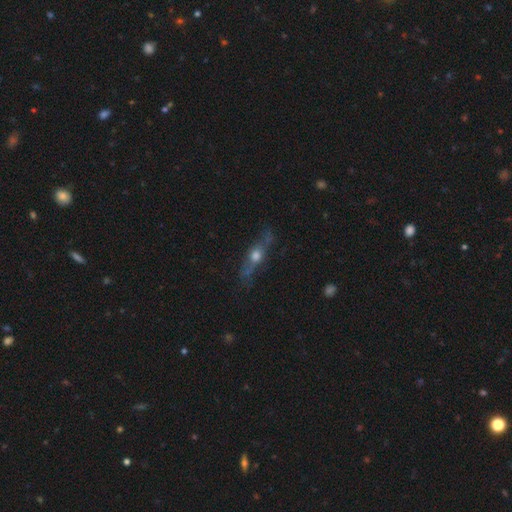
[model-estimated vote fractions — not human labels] Smooth or featured: featured or disk — 63% (smooth — 28%)
Edge-on disk: yes — 81% (no — 19%)
Edge-on bulge: rounded — 92% (boxy — 4%)
Merging: none — 73% (minor disturbance — 18%)